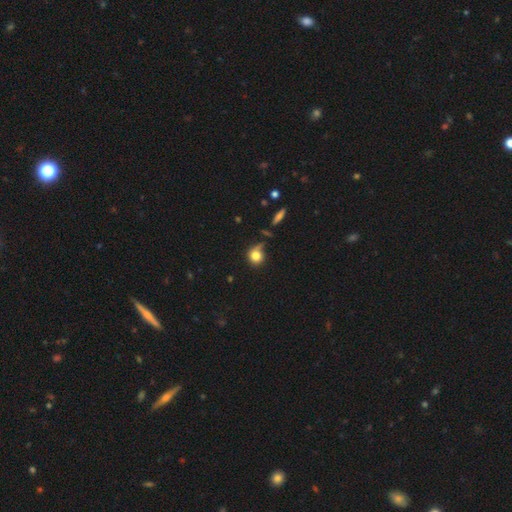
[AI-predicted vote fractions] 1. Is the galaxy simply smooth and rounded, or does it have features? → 80% smooth, 10% star or artifact, 10% featured or disk.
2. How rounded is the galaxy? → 84% round, 15% in between, 1% cigar-shaped.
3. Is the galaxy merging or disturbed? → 58% none, 22% minor disturbance, 13% major disturbance, 7% merger.